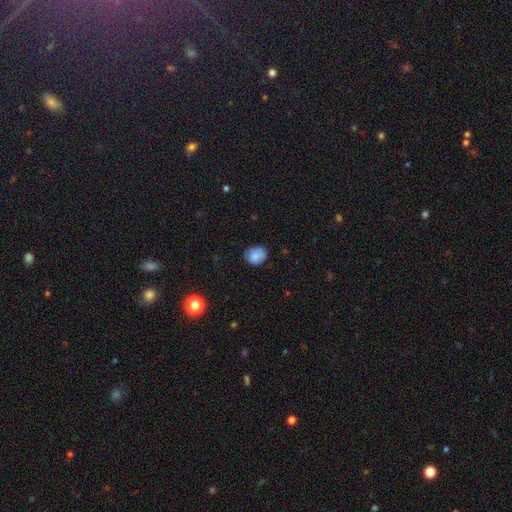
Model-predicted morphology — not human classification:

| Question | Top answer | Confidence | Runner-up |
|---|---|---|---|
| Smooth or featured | smooth | 79% | featured or disk (12%) |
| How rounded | round | 63% | in between (36%) |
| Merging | none | 67% | minor disturbance (25%) |